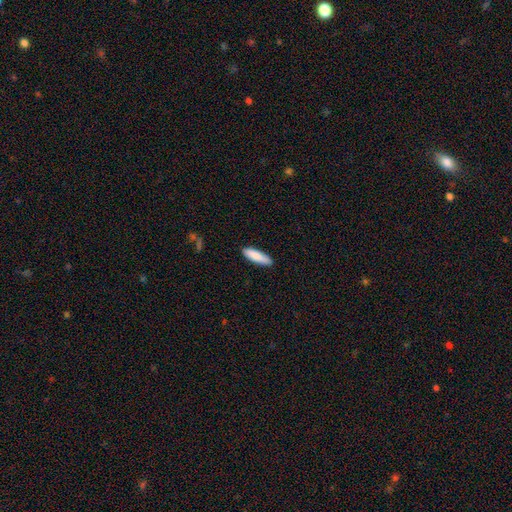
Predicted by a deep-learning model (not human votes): smooth_or_featured: smooth (p=0.86) [alt: featured or disk p=0.08]
how_rounded: cigar-shaped (p=0.57) [alt: in between p=0.41]
merging: none (p=0.89) [alt: minor disturbance p=0.09]